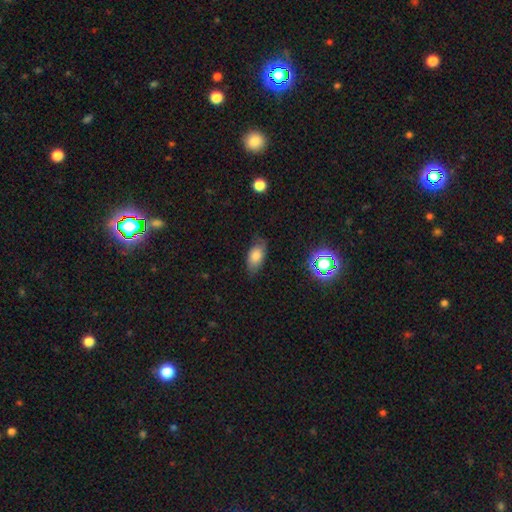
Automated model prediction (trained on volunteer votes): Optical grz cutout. It shows a smooth galaxy with no disk features (72%) that is in between round and cigar-shaped (90%). Merging: none (68%).